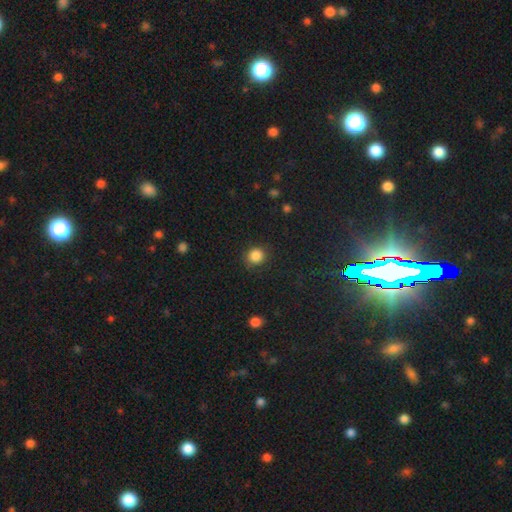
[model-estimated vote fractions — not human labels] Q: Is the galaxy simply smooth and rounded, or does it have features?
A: smooth — 86%.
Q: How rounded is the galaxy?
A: round — 88%.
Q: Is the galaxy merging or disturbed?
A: none — 84%.